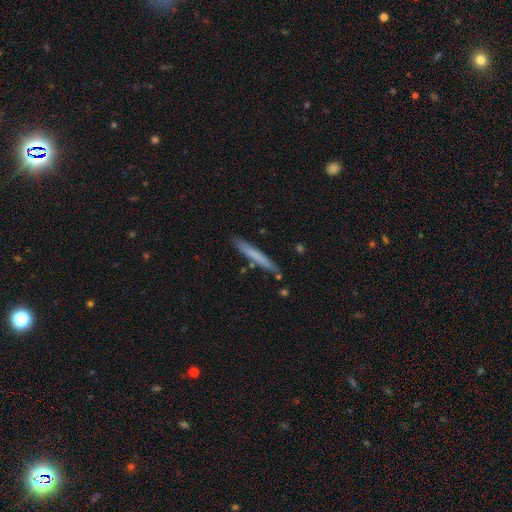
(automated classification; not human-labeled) The model was most divided on "smooth or featured": smooth: 67%, featured or disk: 27%, star or artifact: 6%. More confident: how rounded — cigar-shaped (96%); merging — none (83%).